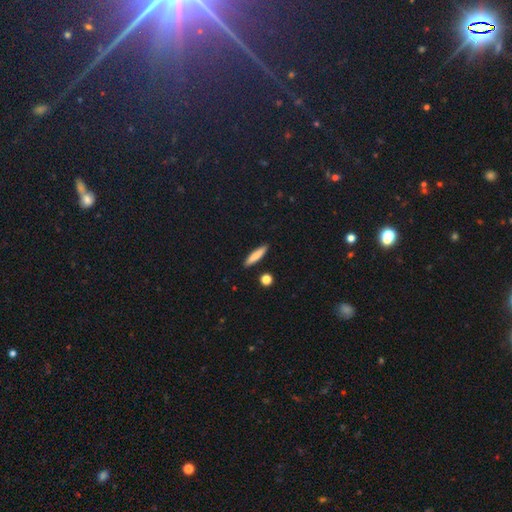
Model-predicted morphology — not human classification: Smooth or featured? Predicted: smooth (p=0.78). How rounded? Predicted: cigar-shaped (p=0.85). Merging? Predicted: none (p=0.89).